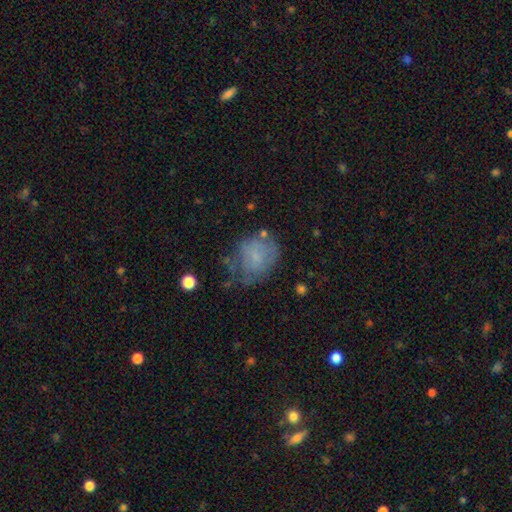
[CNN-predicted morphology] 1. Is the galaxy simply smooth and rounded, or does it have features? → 57% smooth, 32% featured or disk, 11% star or artifact.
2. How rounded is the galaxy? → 63% round, 36% in between, 1% cigar-shaped.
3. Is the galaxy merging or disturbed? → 42% none, 31% minor disturbance, 22% major disturbance, 5% merger.